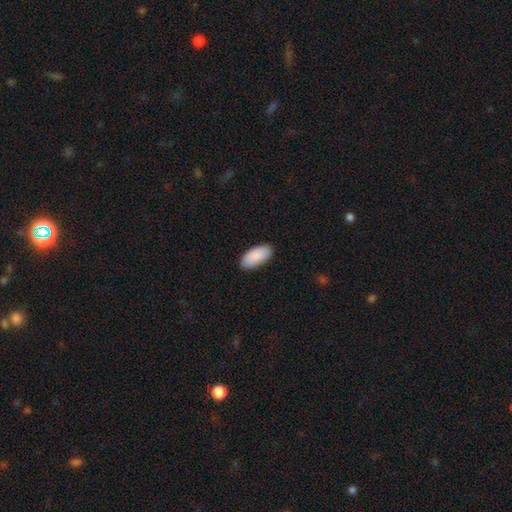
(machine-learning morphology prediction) Q: Smooth or featured?
A: smooth (91%); runner-up: star or artifact (5%)
Q: How rounded?
A: in between (95%); runner-up: cigar-shaped (4%)
Q: Merging?
A: none (89%); runner-up: minor disturbance (9%)